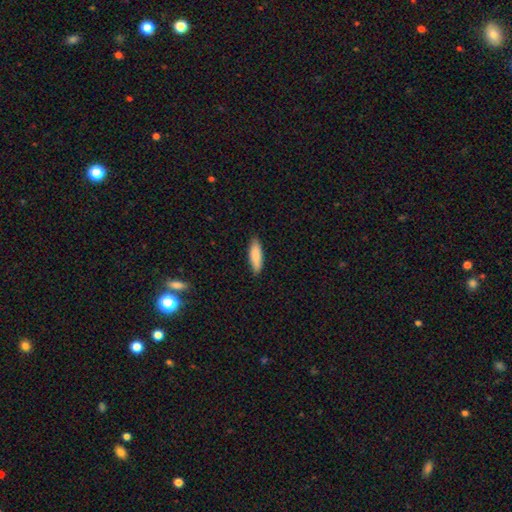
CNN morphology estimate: smooth-or-featured: smooth: 85% | featured or disk: 9% | star or artifact: 5%
  how-rounded: in between: 50% | cigar-shaped: 49% | round: 2%
  merging: none: 87% | minor disturbance: 10% | major disturbance: 2% | merger: 1%